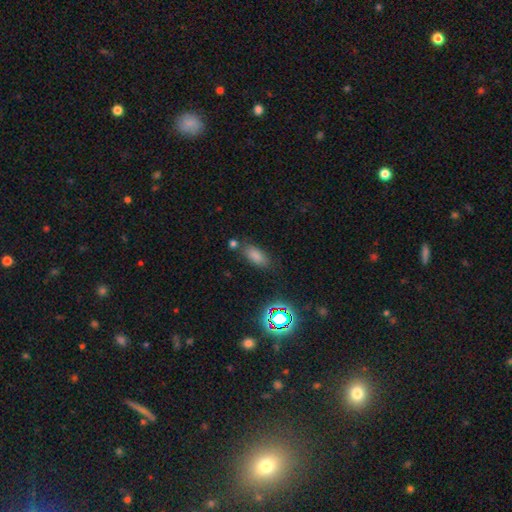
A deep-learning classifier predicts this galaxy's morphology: smooth_or_featured: smooth (p=0.76) [alt: star or artifact p=0.17]
how_rounded: in between (p=0.83) [alt: cigar-shaped p=0.13]
merging: none (p=0.72) [alt: minor disturbance p=0.16]